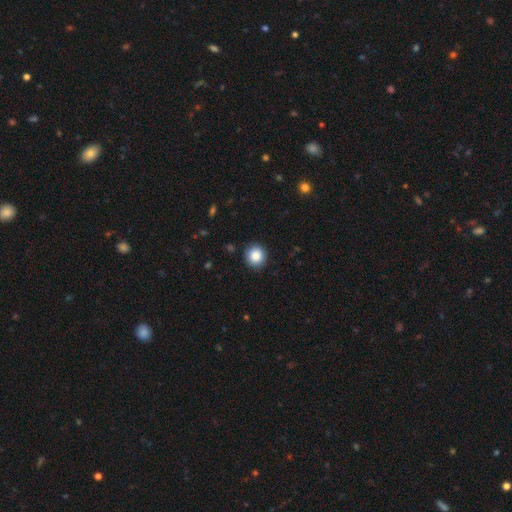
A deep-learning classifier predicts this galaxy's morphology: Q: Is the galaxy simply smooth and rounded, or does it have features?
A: smooth — 87%.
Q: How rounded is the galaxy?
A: round — 92%.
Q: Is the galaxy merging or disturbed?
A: none — 90%.